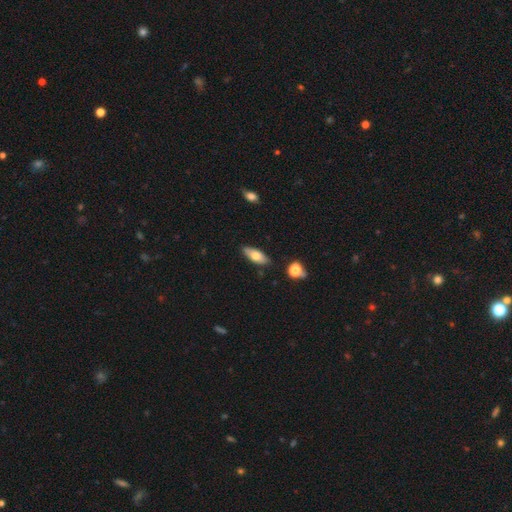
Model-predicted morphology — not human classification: A smooth galaxy with no disk features (72%) that is in between round and cigar-shaped (82%). Merging: none (83%).